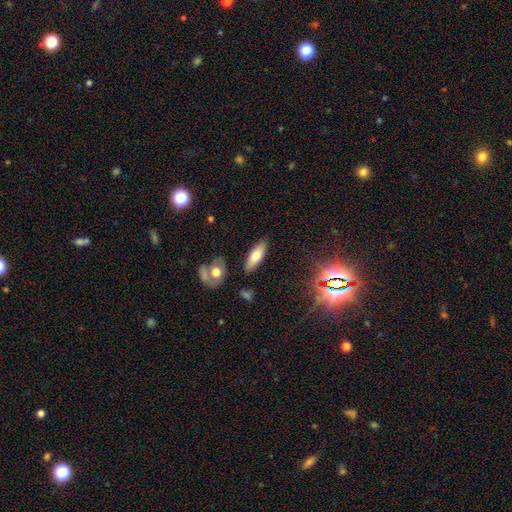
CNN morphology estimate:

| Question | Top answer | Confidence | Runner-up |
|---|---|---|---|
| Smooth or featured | smooth | 69% | featured or disk (22%) |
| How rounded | in between | 62% | cigar-shaped (35%) |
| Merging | none | 84% | minor disturbance (10%) |